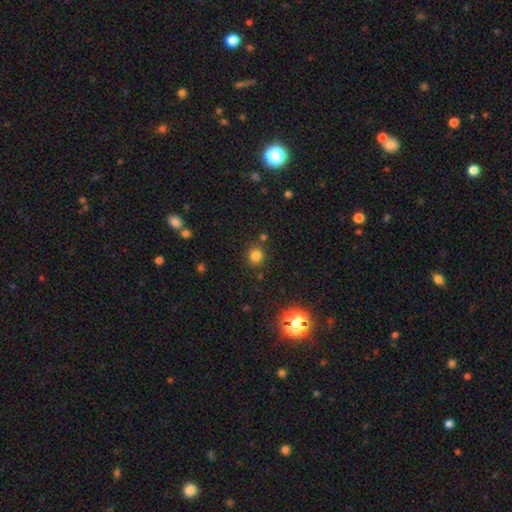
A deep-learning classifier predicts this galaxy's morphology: Overall: smooth (78%). How rounded: round (90%). Merging: none (82%).